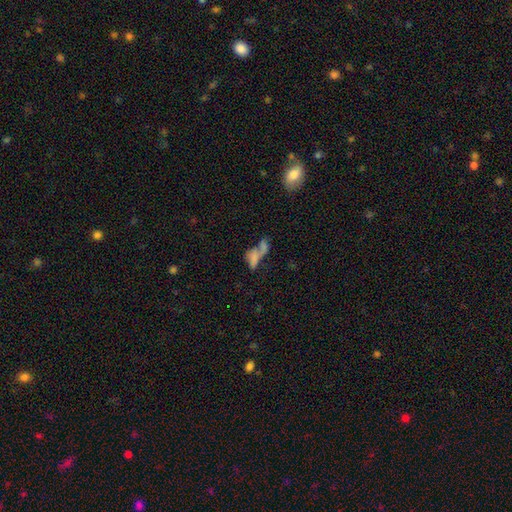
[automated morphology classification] Smooth or featured? smooth (59%)
How rounded? in between (74%)
Merging? merger (62%)